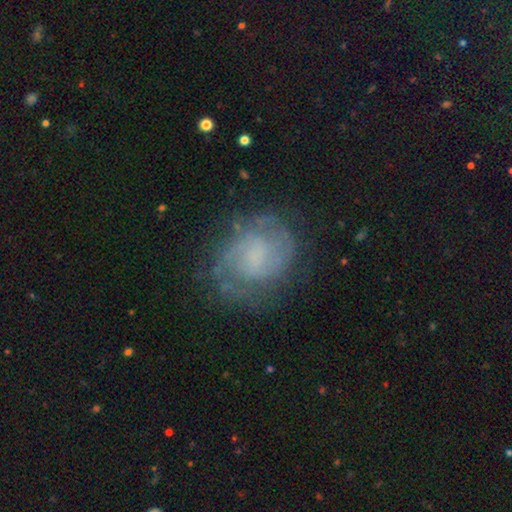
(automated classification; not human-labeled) smooth_or_featured: featured or disk (p=0.70) [alt: smooth p=0.21]
disk_edge_on: no (p=0.98) [alt: yes p=0.02]
bar: no (p=0.57) [alt: weak p=0.36]
has_spiral_arms: yes (p=0.87) [alt: no p=0.13]
spiral_winding: tight (p=0.48) [alt: medium p=0.39]
spiral_arm_count: 2 (p=0.54) [alt: can't tell p=0.28]
bulge_size: none (p=0.46) [alt: small p=0.28]
merging: none (p=0.70) [alt: minor disturbance p=0.18]